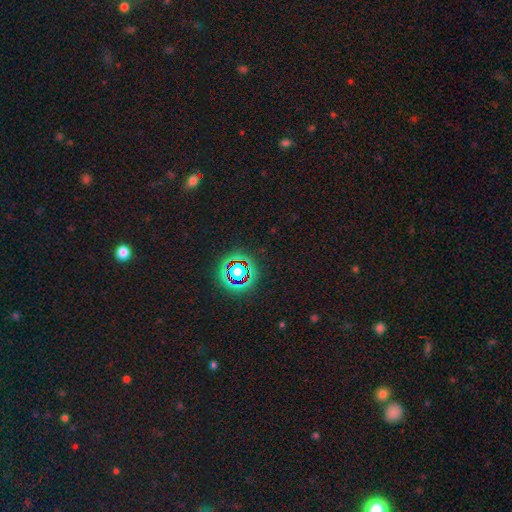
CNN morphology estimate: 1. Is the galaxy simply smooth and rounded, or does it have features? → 77% star or artifact, 14% smooth, 8% featured or disk.